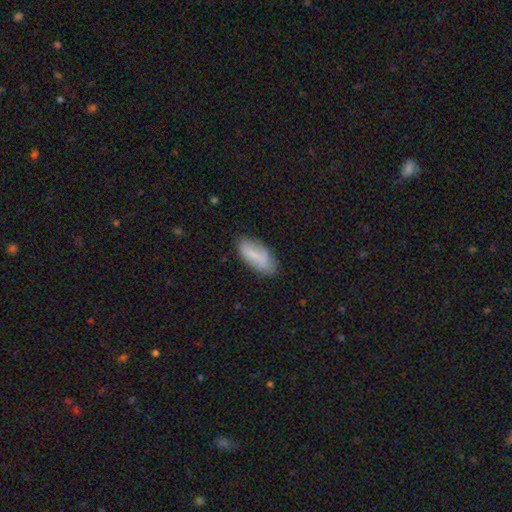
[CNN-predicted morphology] Overall: smooth (69%). How rounded: in between (87%). Merging: none (67%).